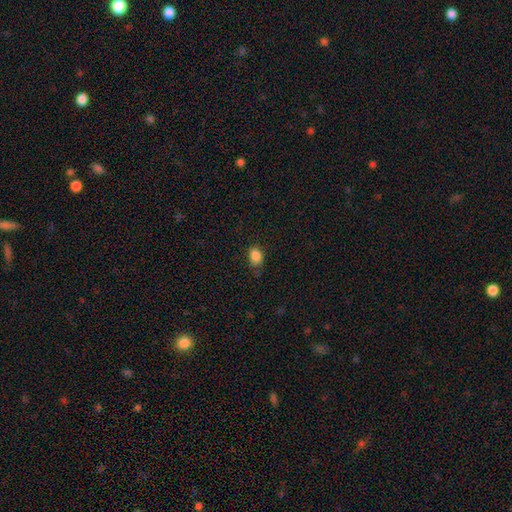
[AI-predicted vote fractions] This is clearly a smooth galaxy (86%). How rounded: likely in between (72%). Merging: likely none (71%).